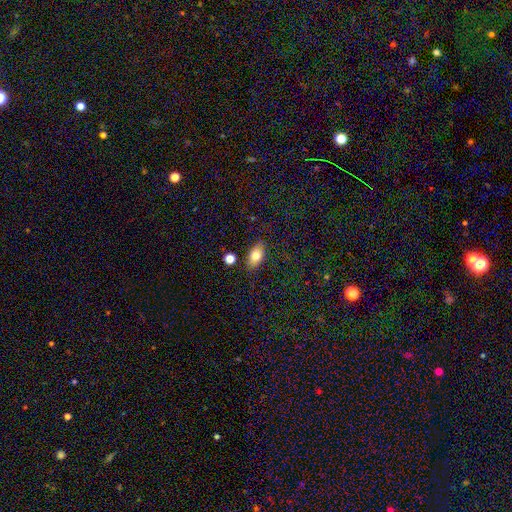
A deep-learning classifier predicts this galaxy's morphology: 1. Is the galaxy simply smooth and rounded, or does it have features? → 79% smooth, 13% featured or disk, 9% star or artifact.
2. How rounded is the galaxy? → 87% in between, 10% round, 3% cigar-shaped.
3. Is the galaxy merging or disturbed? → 81% none, 13% minor disturbance, 3% merger, 3% major disturbance.